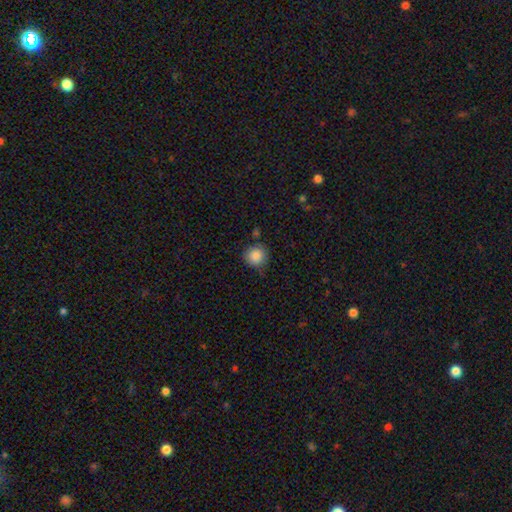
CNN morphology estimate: smooth 87%, star or artifact 9%, featured or disk 4%. Down the decision tree: how rounded — round (92%); merging — none (78%).